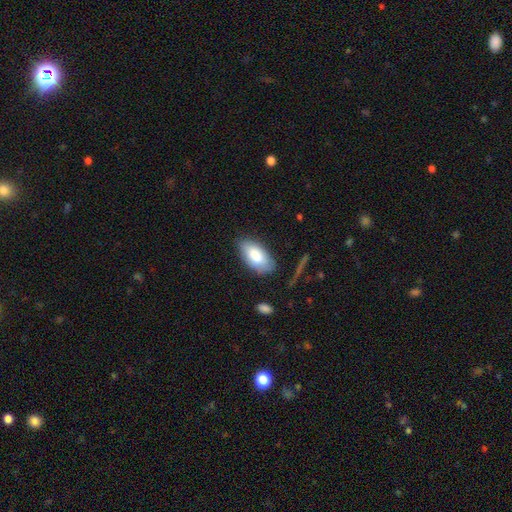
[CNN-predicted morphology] This appears to be a smooth galaxy with no disk features (83%) that is in between round and cigar-shaped (94%). Merging: none (75%).